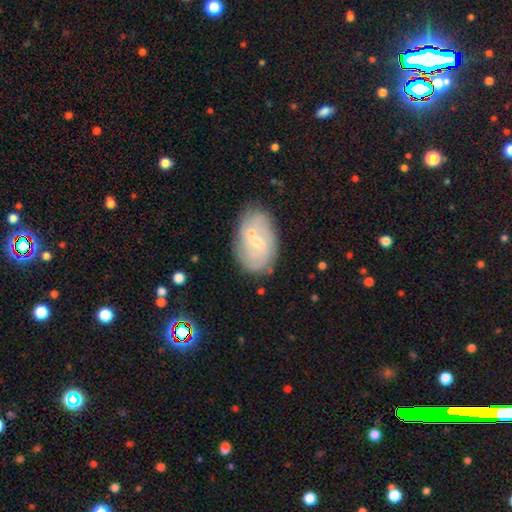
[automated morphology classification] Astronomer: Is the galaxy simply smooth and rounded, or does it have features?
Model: featured or disk — 59%.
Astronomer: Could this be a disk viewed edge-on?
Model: no — 95%.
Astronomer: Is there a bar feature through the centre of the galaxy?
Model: no — 45% (runner-up: weak, 43%).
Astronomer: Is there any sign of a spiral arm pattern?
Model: yes — 63%.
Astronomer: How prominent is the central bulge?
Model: small — 61%.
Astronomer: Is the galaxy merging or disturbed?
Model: none — 57%.